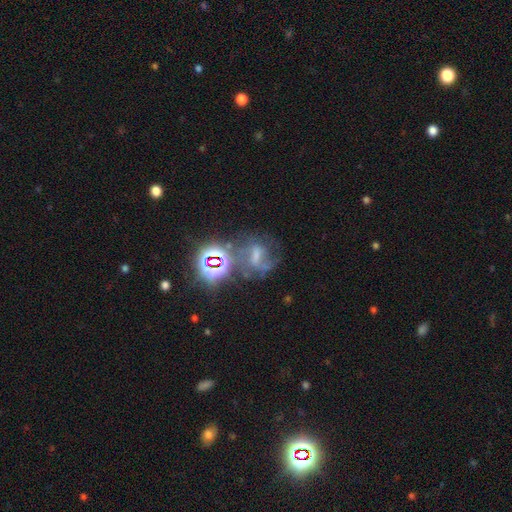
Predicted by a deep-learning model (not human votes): This appears to be a featured or disk galaxy (48%). Merging: none (51%).